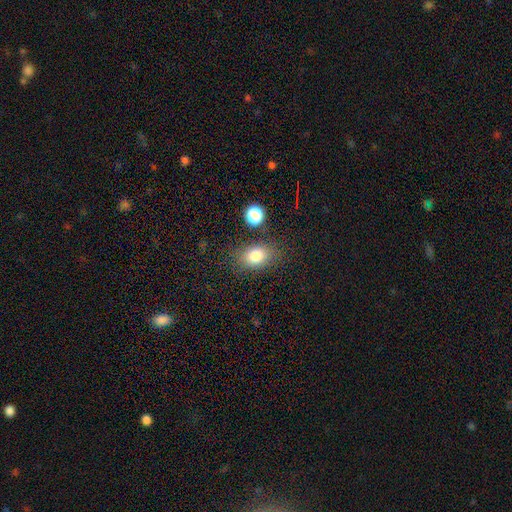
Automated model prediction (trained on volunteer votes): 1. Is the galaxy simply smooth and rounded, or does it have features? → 80% smooth, 11% star or artifact, 9% featured or disk.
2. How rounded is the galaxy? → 72% in between, 26% round, 2% cigar-shaped.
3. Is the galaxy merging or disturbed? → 77% none, 14% minor disturbance, 5% major disturbance, 5% merger.